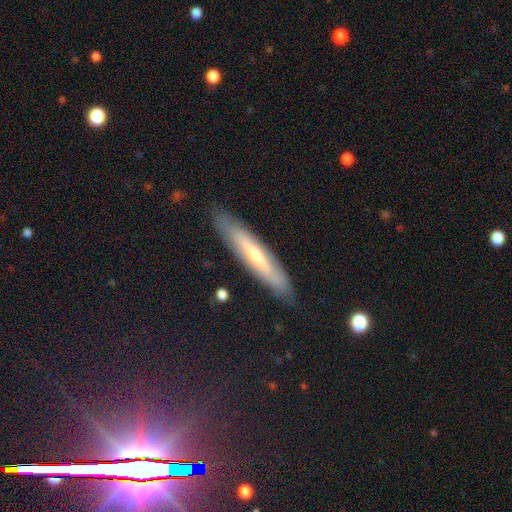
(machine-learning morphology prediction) Smooth or featured: featured or disk — 57% (smooth — 36%)
Edge-on disk: yes — 74% (no — 26%)
Merging: none — 86% (minor disturbance — 10%)